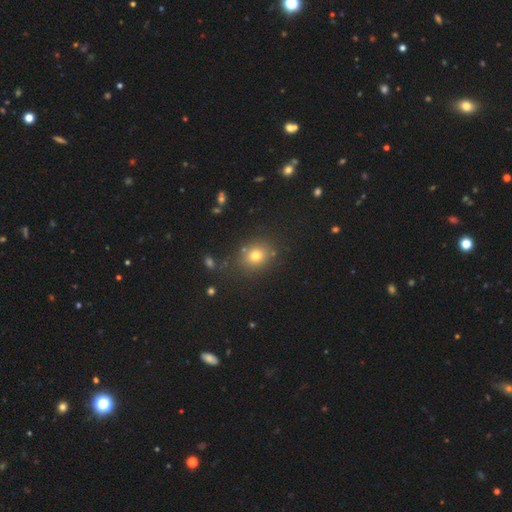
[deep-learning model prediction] Smooth or featured: smooth — 75% (star or artifact — 16%)
How rounded: round — 67% (in between — 32%)
Merging: none — 81% (minor disturbance — 10%)